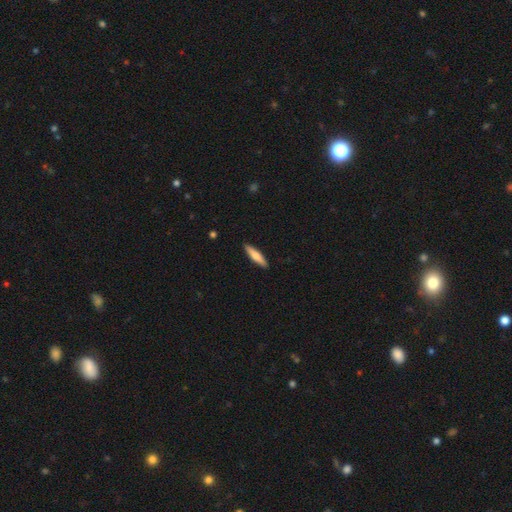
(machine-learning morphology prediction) Smooth or featured: smooth — 64% (featured or disk — 31%)
How rounded: cigar-shaped — 82% (in between — 17%)
Merging: none — 91% (minor disturbance — 7%)